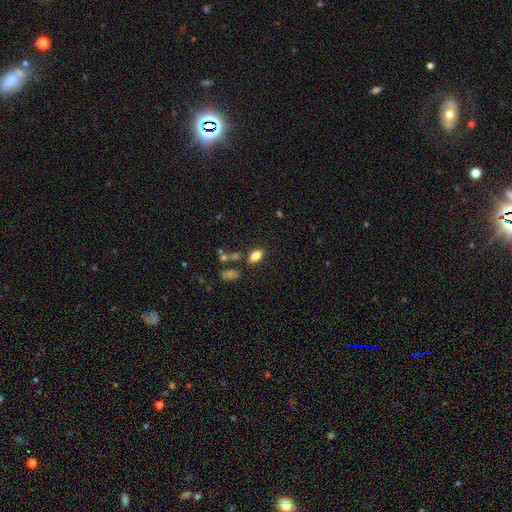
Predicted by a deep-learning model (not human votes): The model was most divided on "merging": none: 76%, minor disturbance: 12%, merger: 8%, major disturbance: 4%. More confident: how rounded — in between (89%); smooth or featured — smooth (81%).